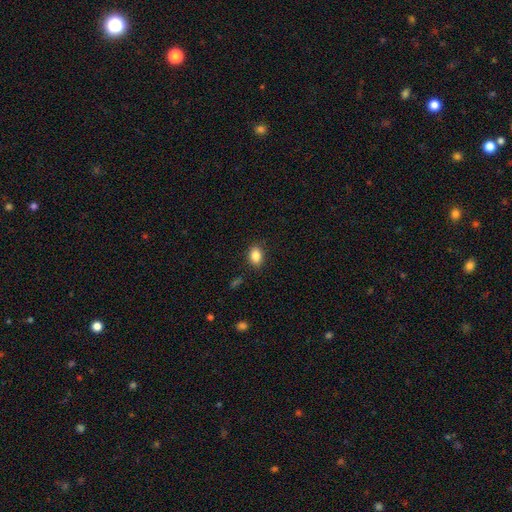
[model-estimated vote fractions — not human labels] Q: Smooth or featured?
A: smooth (86%); runner-up: star or artifact (9%)
Q: How rounded?
A: in between (78%); runner-up: round (20%)
Q: Merging?
A: none (86%); runner-up: minor disturbance (10%)